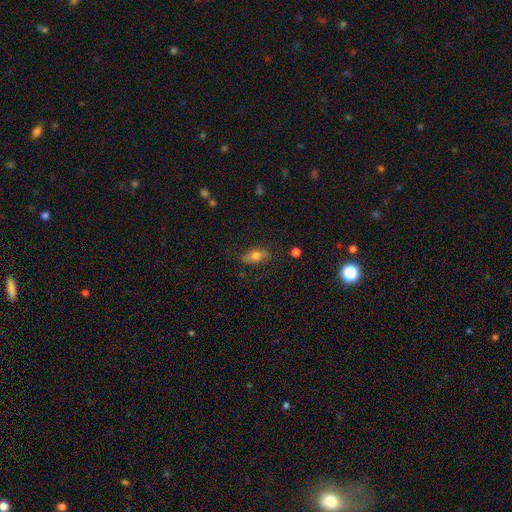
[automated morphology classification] Smooth or featured? Predicted: smooth (p=0.67). How rounded? Predicted: in between (p=0.83). Merging? Predicted: none (p=0.72).